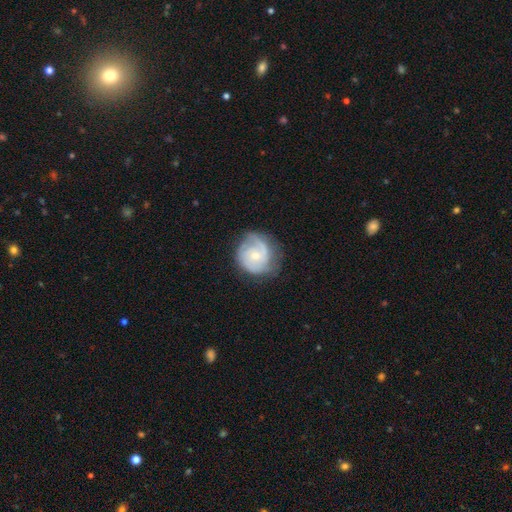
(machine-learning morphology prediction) featured or disk 72%, smooth 23%, star or artifact 6%. Down the decision tree: edge-on disk — no (98%); bar — no (65%); spiral arms — yes (91%); spiral arm count — 2 (45%); spiral winding — tight (46%); bulge size — small (57%); merging — none (65%).